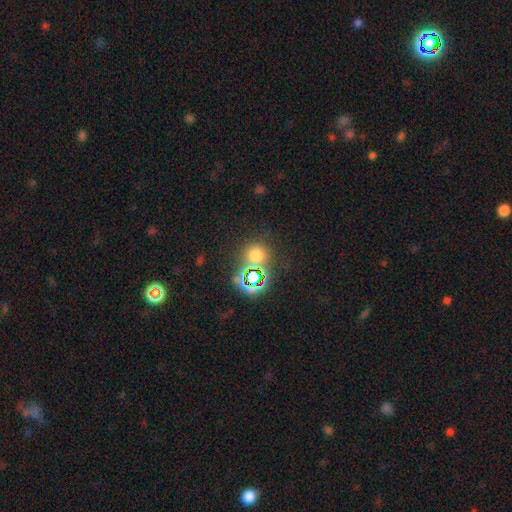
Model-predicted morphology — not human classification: A smooth galaxy with no disk features (56%) that is round (88%). Merging: none (74%).